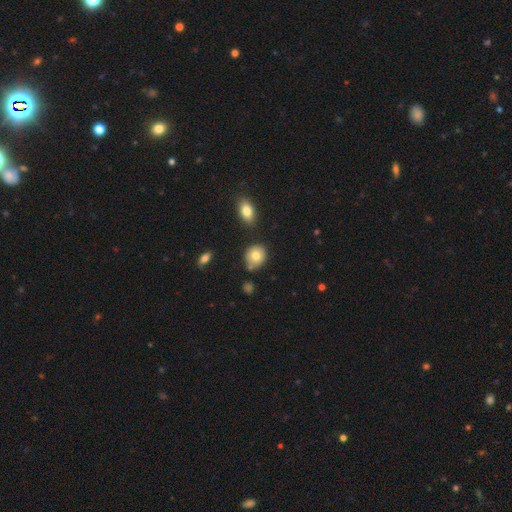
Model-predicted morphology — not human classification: The model was most divided on "how rounded": round: 64%, in between: 35%, cigar-shaped: 1%. More confident: smooth or featured — smooth (78%); merging — none (74%).